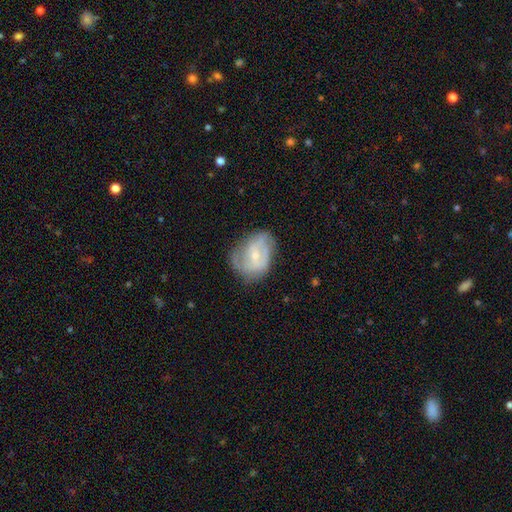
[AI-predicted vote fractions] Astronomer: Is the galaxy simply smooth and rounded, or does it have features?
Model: featured or disk — 64%.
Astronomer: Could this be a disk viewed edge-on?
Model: no — 96%.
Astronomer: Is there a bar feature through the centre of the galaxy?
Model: no — 47% (runner-up: weak, 41%).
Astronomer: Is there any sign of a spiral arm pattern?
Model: yes — 70%.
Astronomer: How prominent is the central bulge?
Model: small — 65%.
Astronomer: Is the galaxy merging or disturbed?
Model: none — 54% (runner-up: minor disturbance, 29%).